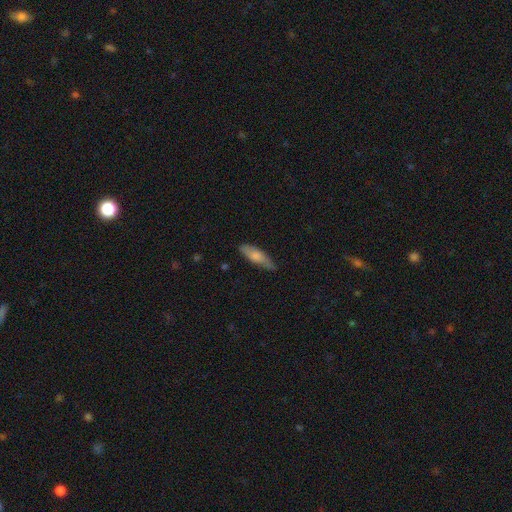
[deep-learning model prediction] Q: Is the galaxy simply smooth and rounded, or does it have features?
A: smooth — 73%.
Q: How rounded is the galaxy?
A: cigar-shaped — 49%, tied with in between.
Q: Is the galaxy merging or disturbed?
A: none — 71%.